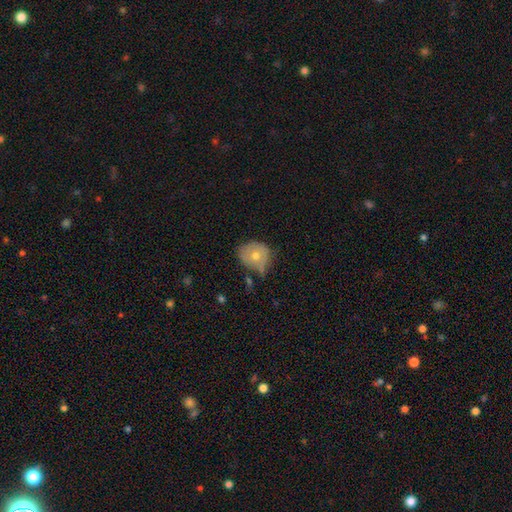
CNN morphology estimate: A smooth galaxy with no disk features (57%) that is round (76%).

Vote fractions:
- Smooth or featured? smooth: 57% / featured or disk: 34% / star or artifact: 9%
- How rounded? round: 76% / in between: 23% / cigar-shaped: 1%
- Merging? none: 52% / minor disturbance: 34% / major disturbance: 9% / merger: 6%